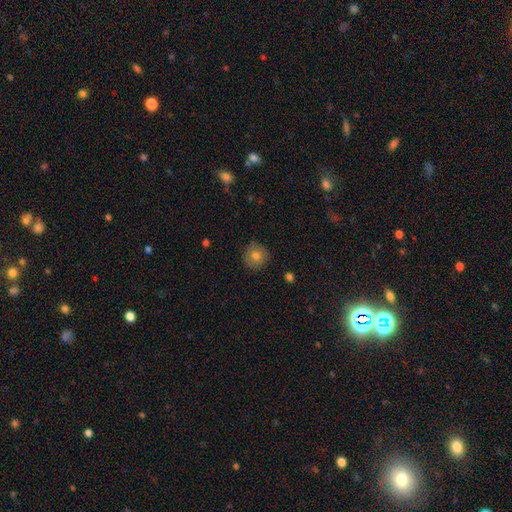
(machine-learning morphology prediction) Overall: smooth (78%). How rounded: round (93%). Merging: none (88%).